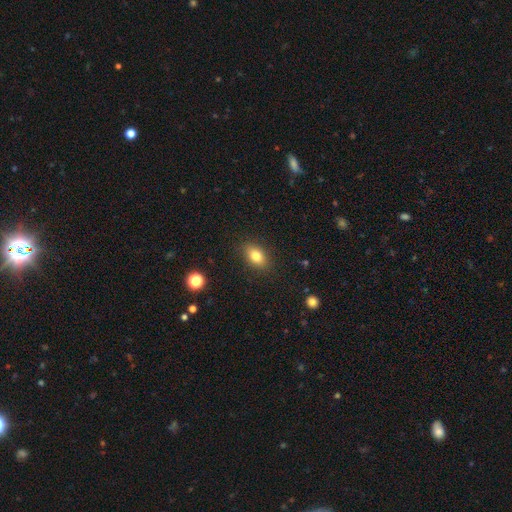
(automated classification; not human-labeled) A smooth galaxy with no disk features (81%) that is in between round and cigar-shaped (81%). Merging: none (87%).